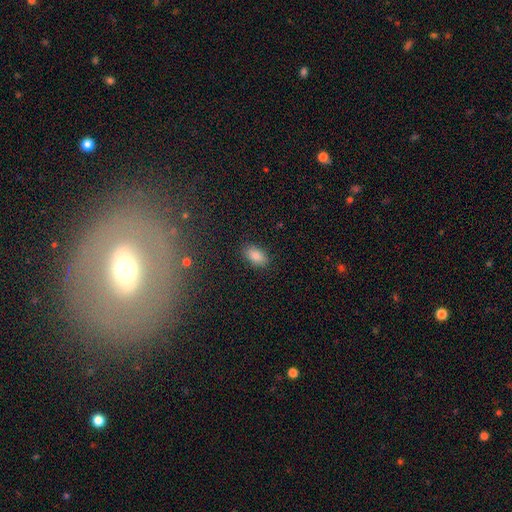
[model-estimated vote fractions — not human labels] Overall: smooth (82%). How rounded: in between (90%). Merging: none (87%).